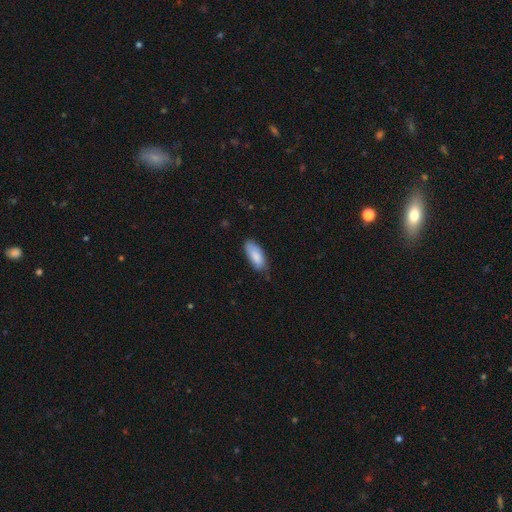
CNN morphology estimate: Q: Smooth or featured?
A: smooth (86%); runner-up: featured or disk (8%)
Q: How rounded?
A: in between (84%); runner-up: cigar-shaped (15%)
Q: Merging?
A: none (72%); runner-up: minor disturbance (23%)